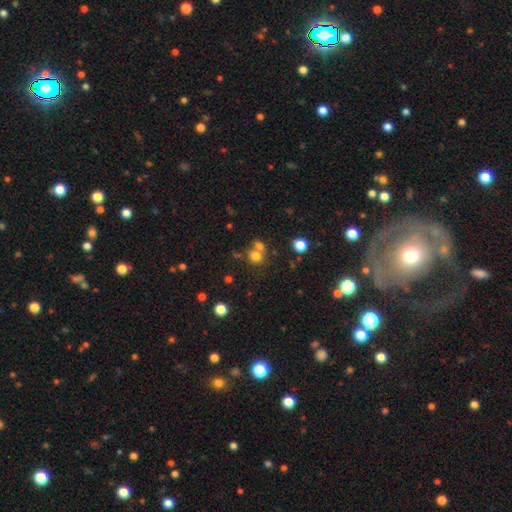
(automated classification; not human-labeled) This appears to be a smooth galaxy with no disk features (74%) that is round (78%). Merging: none (45%).